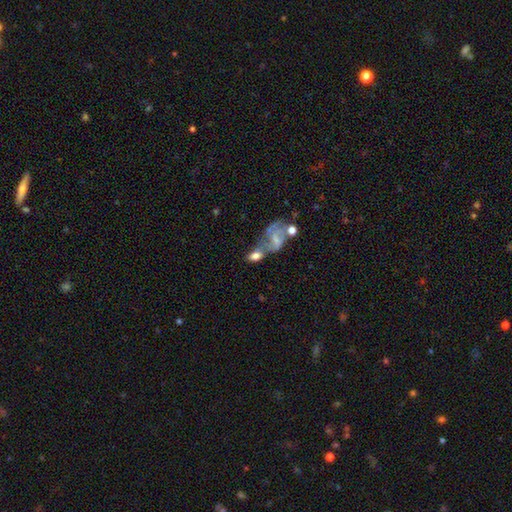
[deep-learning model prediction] Q: Smooth or featured?
A: smooth (60%); runner-up: featured or disk (30%)
Q: How rounded?
A: in between (84%); runner-up: round (12%)
Q: Merging?
A: merger (51%); runner-up: none (23%)